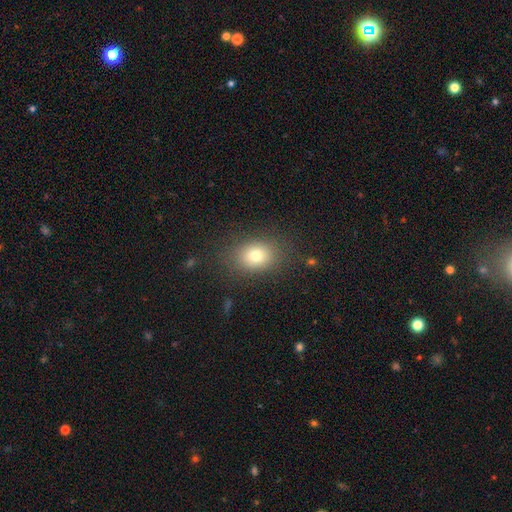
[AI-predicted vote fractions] A smooth galaxy with no disk features (77%) that is in between round and cigar-shaped (52%). Merging: none (83%).